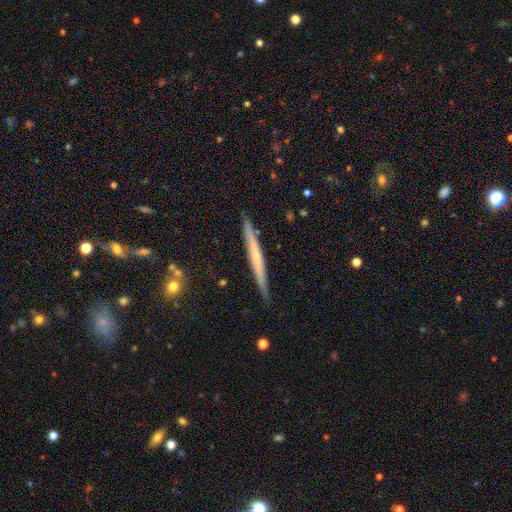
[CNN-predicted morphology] smooth_or_featured: featured or disk (p=0.57) [alt: smooth p=0.37]
disk_edge_on: yes (p=0.96) [alt: no p=0.04]
edge_on_bulge: none (p=0.64) [alt: rounded p=0.32]
merging: none (p=0.87) [alt: minor disturbance p=0.10]